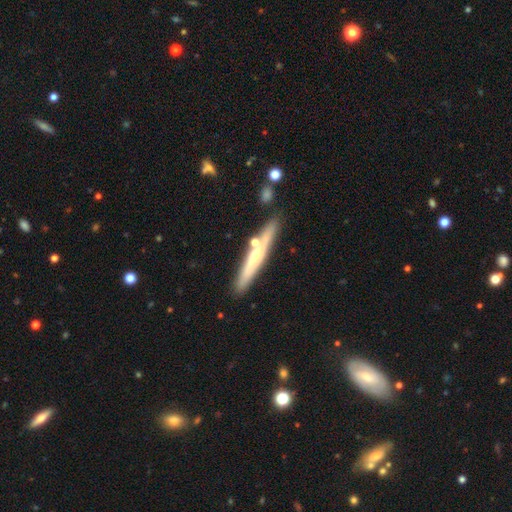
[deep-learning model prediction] This is possibly a featured or disk galaxy (52%). It is clearly viewed edge-on (92%). Merging: clearly none (81%).